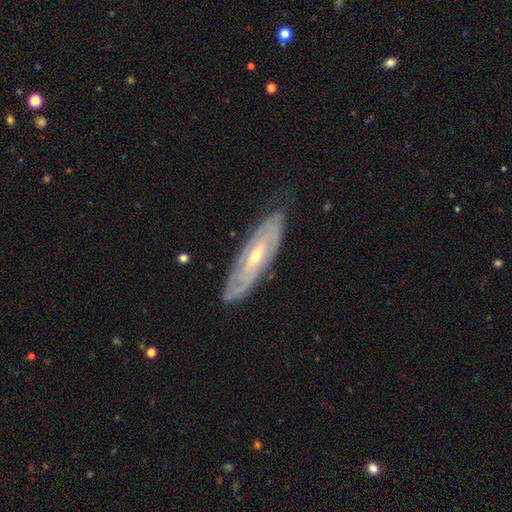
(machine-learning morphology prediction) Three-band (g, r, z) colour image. It shows a featured or disk galaxy (80%) with no bar (51%), tight (65%) spiral arms (86%) and a small central bulge (59%). Merging: none (76%).